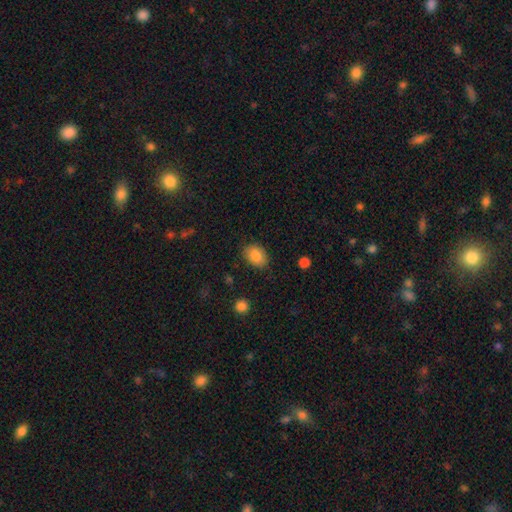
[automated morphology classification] Smooth or featured: smooth — 84% (star or artifact — 8%)
How rounded: in between — 73% (round — 26%)
Merging: none — 84% (minor disturbance — 12%)